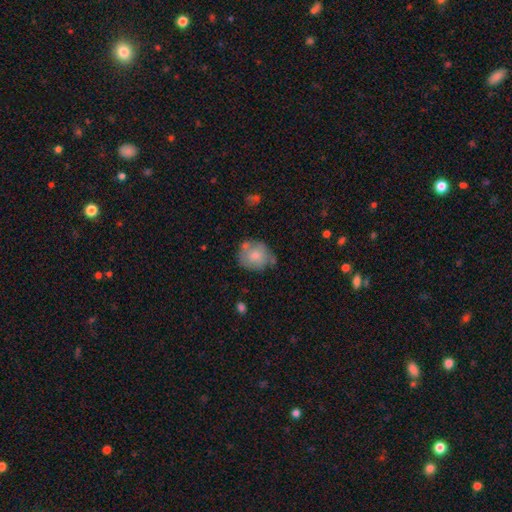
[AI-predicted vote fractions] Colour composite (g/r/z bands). It shows a smooth galaxy with no disk features (69%) that is round (75%). Merging: none (52%).